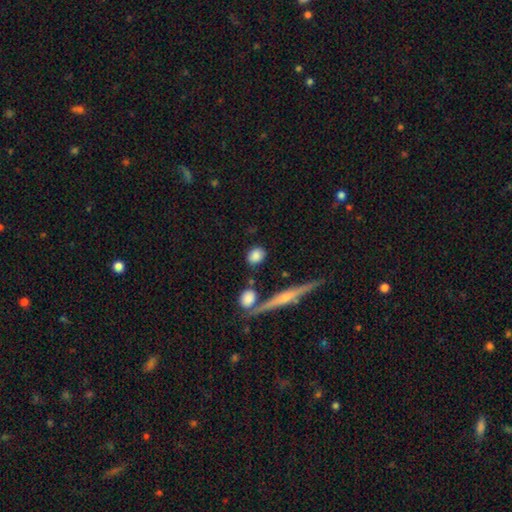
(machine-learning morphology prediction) smooth-or-featured: smooth: 83% | featured or disk: 9% | star or artifact: 8%
  how-rounded: round: 63% | in between: 32% | cigar-shaped: 5%
  merging: none: 82% | minor disturbance: 10% | merger: 5% | major disturbance: 3%